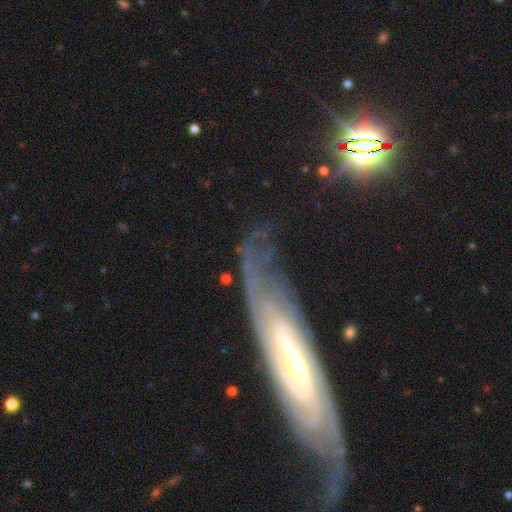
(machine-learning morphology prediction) smooth-or-featured: featured or disk: 78% | smooth: 12% | star or artifact: 10%
  disk-edge-on: no: 77% | yes: 23%
    bar: no: 58% | weak: 27% | strong: 15%
    has-spiral-arms: yes: 88% | no: 12%
      spiral-winding: tight: 68% | medium: 24% | loose: 8%
      spiral-arm-count: can't tell: 55% | 2: 20% | 3: 8% | 4: 6% | more than 4: 6% | 1: 5%
    bulge-size: small: 67% | moderate: 27% | large: 3% | none: 2% | dominant: 1%
  merging: none: 67% | minor disturbance: 19% | major disturbance: 12% | merger: 2%